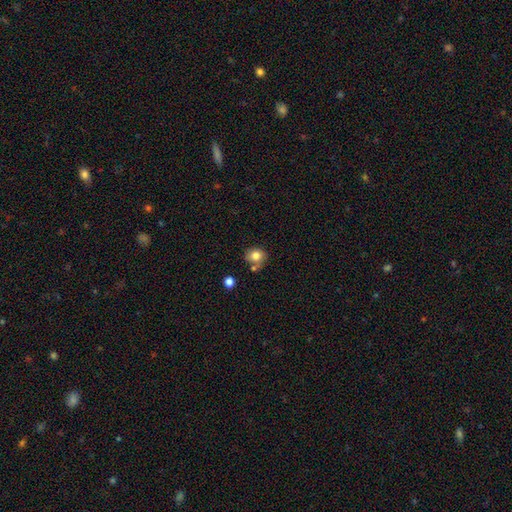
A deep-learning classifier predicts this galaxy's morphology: Smooth or featured: smooth — 78% (featured or disk — 11%)
How rounded: round — 70% (in between — 29%)
Merging: none — 61% (minor disturbance — 18%)